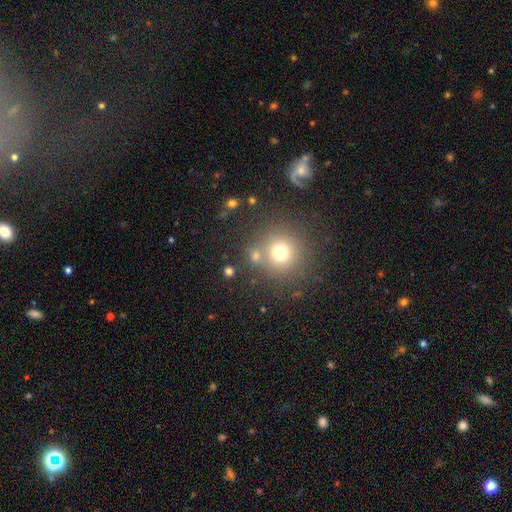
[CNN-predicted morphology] This appears to be a smooth galaxy with no disk features (70%) that is round (88%). Merging: none (72%).